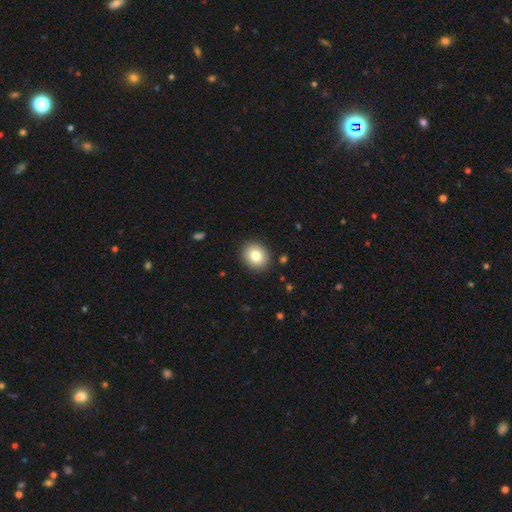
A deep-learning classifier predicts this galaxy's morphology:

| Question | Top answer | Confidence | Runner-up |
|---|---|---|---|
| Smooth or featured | smooth | 81% | featured or disk (10%) |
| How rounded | round | 66% | in between (34%) |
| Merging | none | 89% | minor disturbance (7%) |